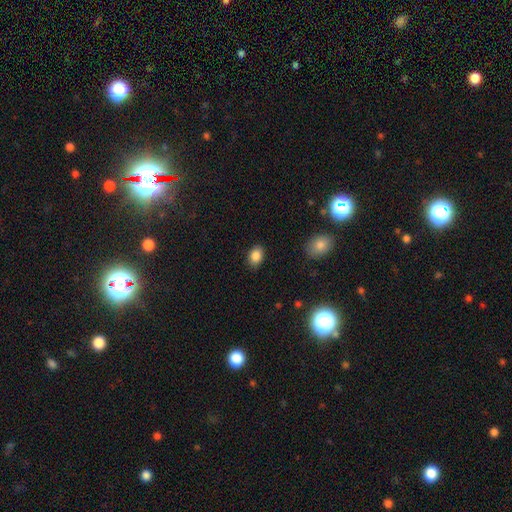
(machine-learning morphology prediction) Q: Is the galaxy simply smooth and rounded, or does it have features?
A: smooth — 86%.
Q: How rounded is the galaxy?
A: in between — 74%.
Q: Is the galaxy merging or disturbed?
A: none — 87%.